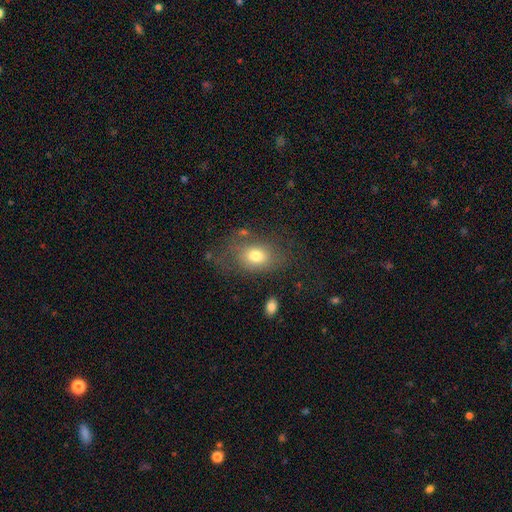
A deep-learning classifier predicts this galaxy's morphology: A smooth galaxy with no disk features (73%) that is in between round and cigar-shaped (74%).

Vote fractions:
- Smooth or featured? smooth: 73% / featured or disk: 17% / star or artifact: 11%
- How rounded? in between: 74% / round: 25% / cigar-shaped: 1%
- Merging? none: 63% / minor disturbance: 20% / major disturbance: 13% / merger: 3%